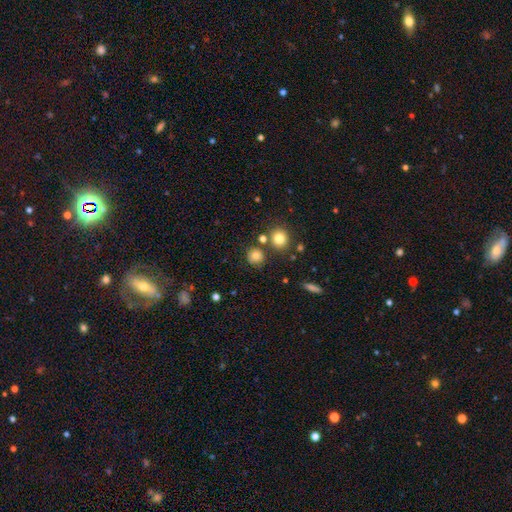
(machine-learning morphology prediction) A smooth galaxy with no disk features (78%) that is round (90%). Merging: none (77%).